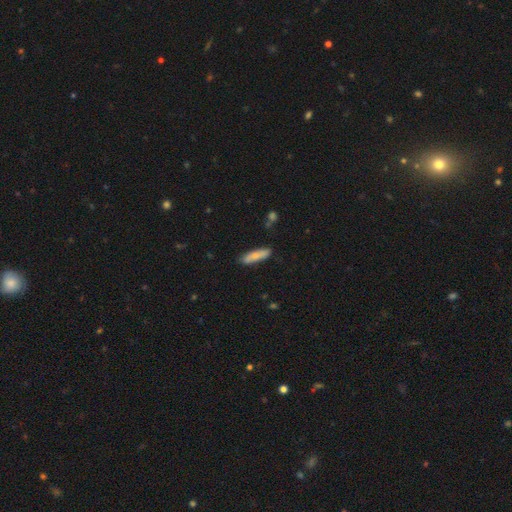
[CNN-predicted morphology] Overall: smooth (76%). How rounded: cigar-shaped (68%; in between 30%). Merging: none (82%).